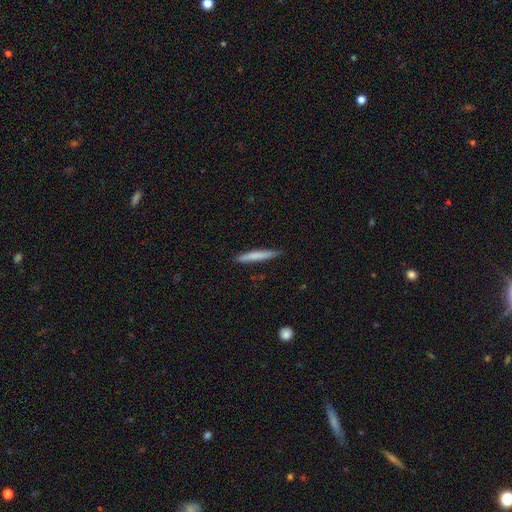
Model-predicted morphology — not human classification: Q: Smooth or featured?
A: smooth (71%); runner-up: featured or disk (23%)
Q: How rounded?
A: cigar-shaped (96%); runner-up: in between (3%)
Q: Merging?
A: none (88%); runner-up: minor disturbance (10%)